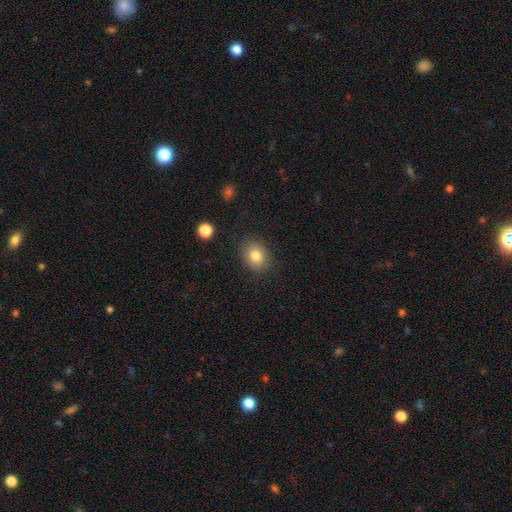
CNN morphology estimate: Q: Smooth or featured?
A: smooth (82%); runner-up: star or artifact (10%)
Q: How rounded?
A: round (54%); runner-up: in between (46%)
Q: Merging?
A: none (85%); runner-up: minor disturbance (11%)